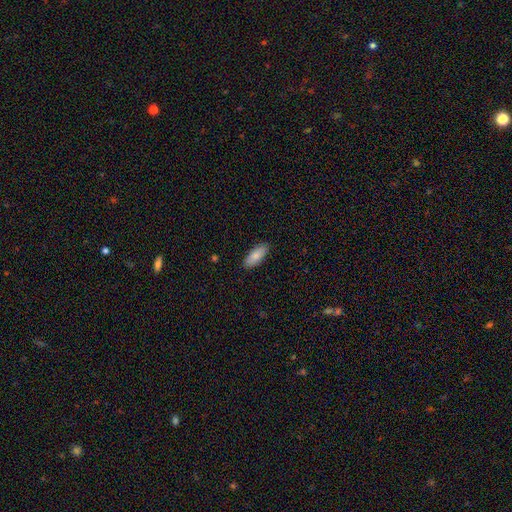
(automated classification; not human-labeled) Q: Smooth or featured?
A: smooth (85%); runner-up: featured or disk (10%)
Q: How rounded?
A: in between (80%); runner-up: cigar-shaped (18%)
Q: Merging?
A: none (89%); runner-up: minor disturbance (9%)